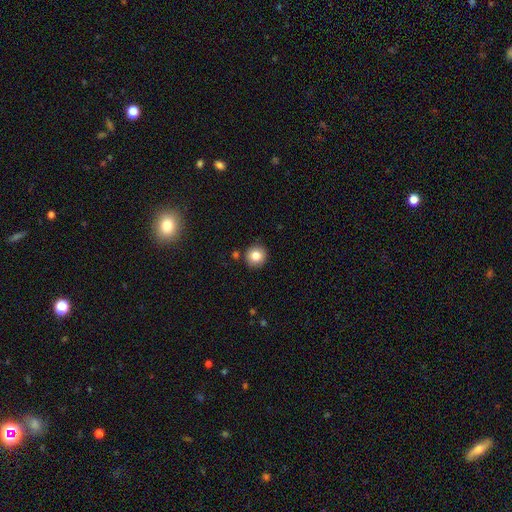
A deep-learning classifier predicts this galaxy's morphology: smooth-or-featured: smooth: 82% | star or artifact: 10% | featured or disk: 8%
  how-rounded: round: 92% | in between: 7% | cigar-shaped: 1%
  merging: none: 88% | minor disturbance: 7% | merger: 3% | major disturbance: 2%